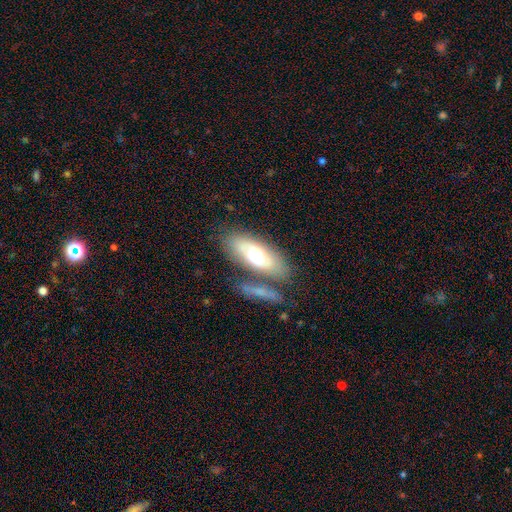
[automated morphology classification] Smooth or featured?
  - smooth: 53% *
  - featured or disk: 41%
  - star or artifact: 6%
How rounded?
  - in between: 78% *
  - cigar-shaped: 19%
  - round: 3%
Merging?
  - none: 57% *
  - merger: 21%
  - minor disturbance: 16%
  - major disturbance: 6%